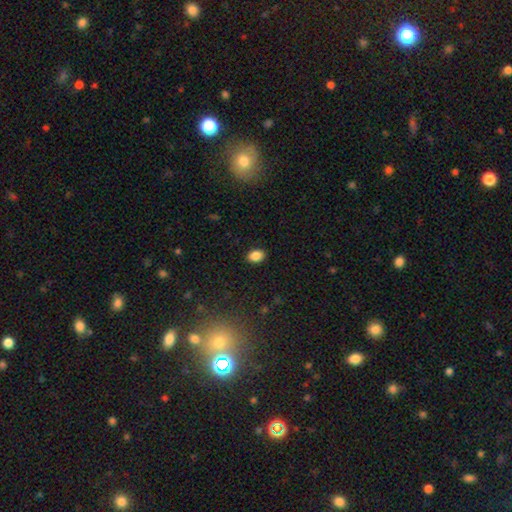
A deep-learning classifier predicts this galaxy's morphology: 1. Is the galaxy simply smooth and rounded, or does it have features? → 87% smooth, 9% star or artifact, 4% featured or disk.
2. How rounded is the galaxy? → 76% in between, 23% round, 1% cigar-shaped.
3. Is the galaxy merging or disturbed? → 89% none, 8% minor disturbance, 2% major disturbance, 1% merger.